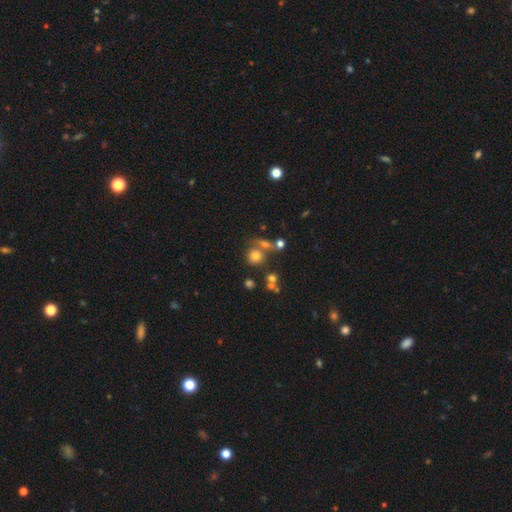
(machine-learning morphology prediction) This appears to be a smooth galaxy with no disk features (70%) that is round (84%). Merging: none (57%).